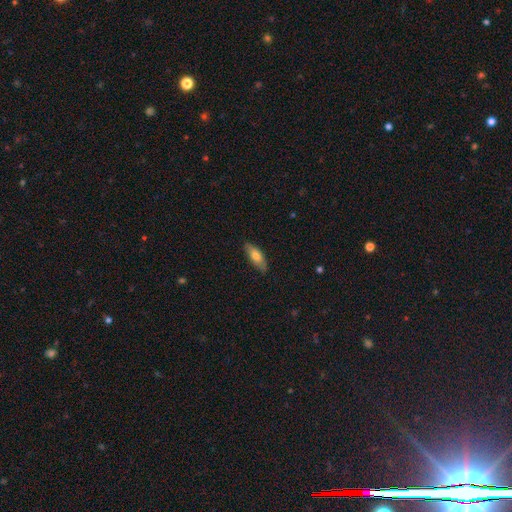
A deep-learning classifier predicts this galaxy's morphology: A smooth galaxy with no disk features (71%) that is in between round and cigar-shaped (68%).

Vote fractions:
- Smooth or featured? smooth: 71% / featured or disk: 23% / star or artifact: 6%
- How rounded? in between: 68% / cigar-shaped: 29% / round: 2%
- Merging? none: 82% / minor disturbance: 14% / major disturbance: 2% / merger: 1%